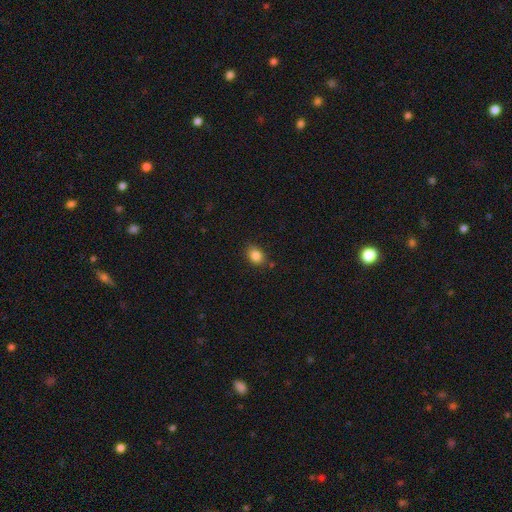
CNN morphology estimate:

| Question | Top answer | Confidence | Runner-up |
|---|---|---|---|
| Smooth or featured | smooth | 84% | star or artifact (10%) |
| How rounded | in between | 51% | round (48%) |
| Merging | none | 79% | minor disturbance (15%) |